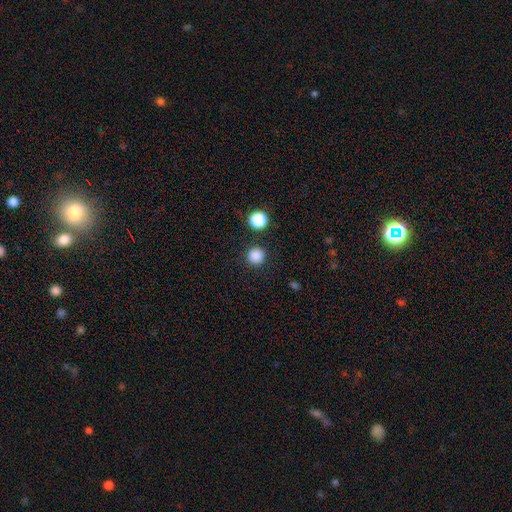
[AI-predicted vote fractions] A smooth galaxy with no disk features (86%) that is round (95%).

Vote fractions:
- Smooth or featured? smooth: 86% / star or artifact: 12% / featured or disk: 3%
- How rounded? round: 95% / in between: 4% / cigar-shaped: 1%
- Merging? none: 90% / minor disturbance: 5% / merger: 2% / major disturbance: 2%